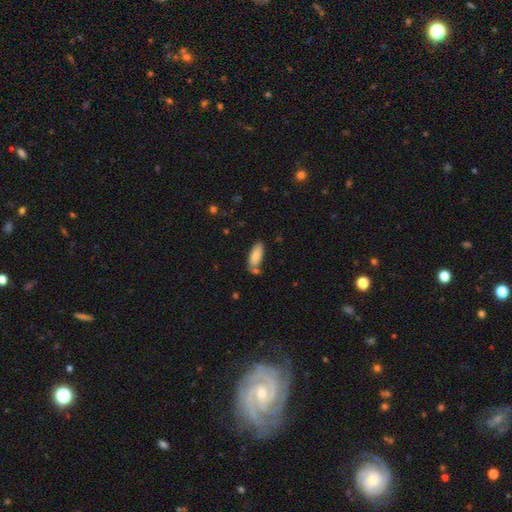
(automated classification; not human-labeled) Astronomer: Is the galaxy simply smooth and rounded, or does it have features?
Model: smooth — 82%.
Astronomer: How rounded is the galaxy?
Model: in between — 78%.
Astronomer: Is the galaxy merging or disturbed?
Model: none — 64%.